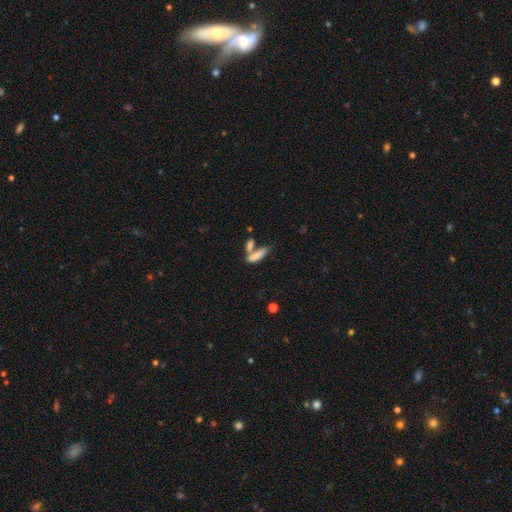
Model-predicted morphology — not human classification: Smooth or featured?
  - smooth: 79% *
  - featured or disk: 13%
  - star or artifact: 8%
How rounded?
  - in between: 51% *
  - cigar-shaped: 46%
  - round: 3%
Merging?
  - merger: 49% *
  - none: 35%
  - minor disturbance: 10%
  - major disturbance: 6%